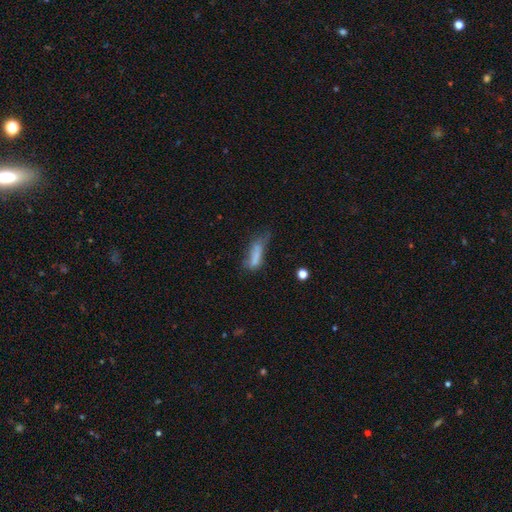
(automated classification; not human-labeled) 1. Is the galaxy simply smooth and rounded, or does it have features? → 63% smooth, 24% featured or disk, 12% star or artifact.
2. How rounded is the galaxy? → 51% in between, 46% cigar-shaped, 3% round.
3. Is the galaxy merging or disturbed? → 36% major disturbance, 29% minor disturbance, 26% none, 9% merger.